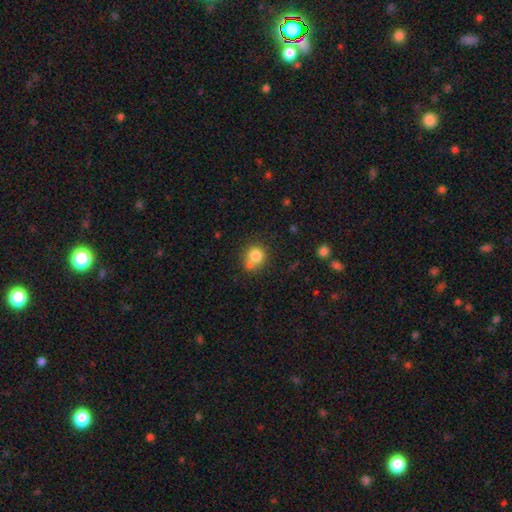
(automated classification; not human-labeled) Morphology: type=smooth (79%); roundness=round (82%); merging=none (53%).